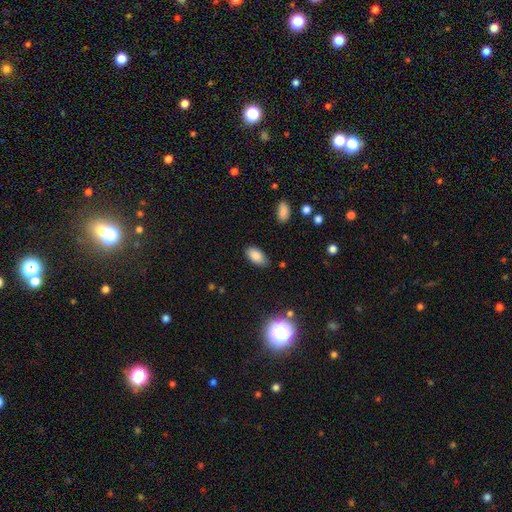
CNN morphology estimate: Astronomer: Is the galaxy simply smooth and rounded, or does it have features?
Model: smooth — 84%.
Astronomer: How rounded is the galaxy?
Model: in between — 93%.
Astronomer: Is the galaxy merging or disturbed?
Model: none — 81%.